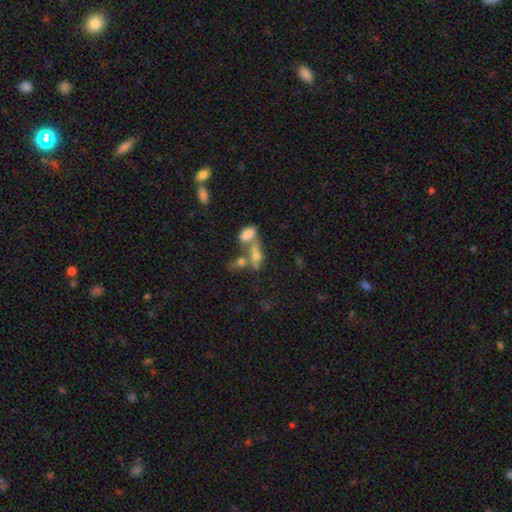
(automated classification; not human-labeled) Smooth or featured? Predicted: smooth (p=0.56). How rounded? Predicted: in between (p=0.71). Merging? Predicted: merger (p=0.57).